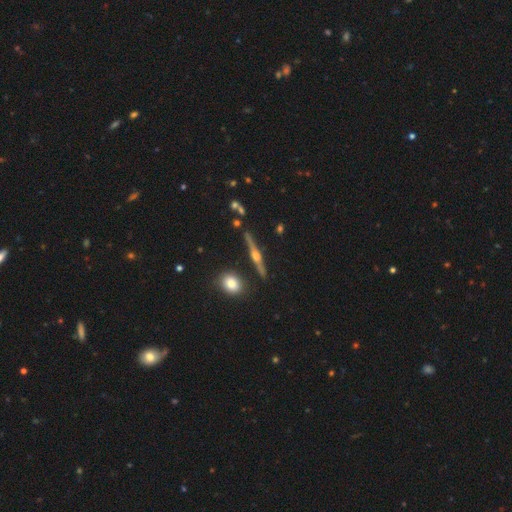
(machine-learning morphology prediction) Smooth or featured: featured or disk — 81% (smooth — 12%)
Edge-on disk: yes — 97% (no — 3%)
Edge-on bulge: rounded — 91% (boxy — 6%)
Merging: none — 86% (minor disturbance — 8%)